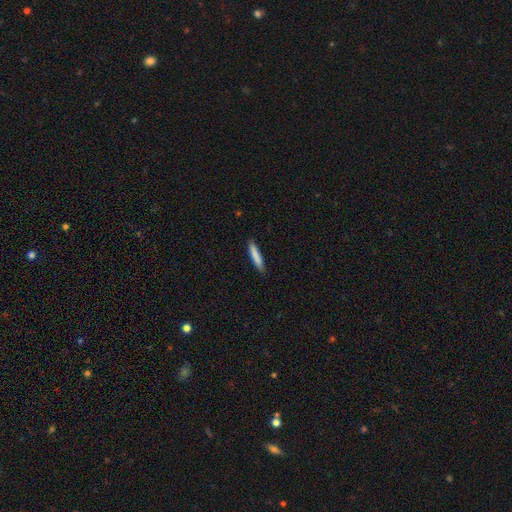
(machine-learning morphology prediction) A smooth galaxy with no disk features (83%) that is cigar-shaped (91%).

Vote fractions:
- Smooth or featured? smooth: 83% / featured or disk: 11% / star or artifact: 6%
- How rounded? cigar-shaped: 91% / in between: 8% / round: 1%
- Merging? none: 87% / minor disturbance: 10% / major disturbance: 2% / merger: 1%